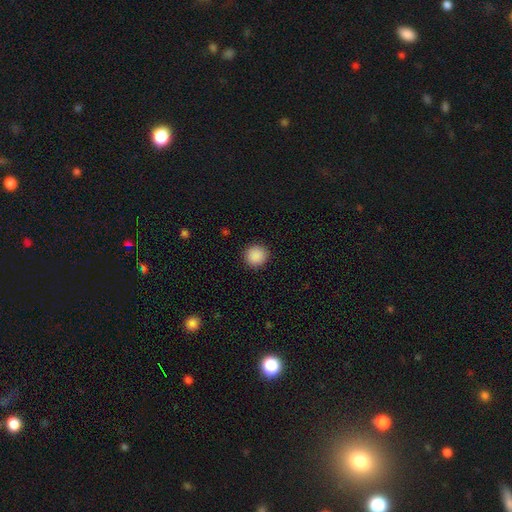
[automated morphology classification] smooth_or_featured: smooth (p=0.89) [alt: star or artifact p=0.08]
how_rounded: round (p=0.91) [alt: in between p=0.08]
merging: none (p=0.92) [alt: minor disturbance p=0.05]